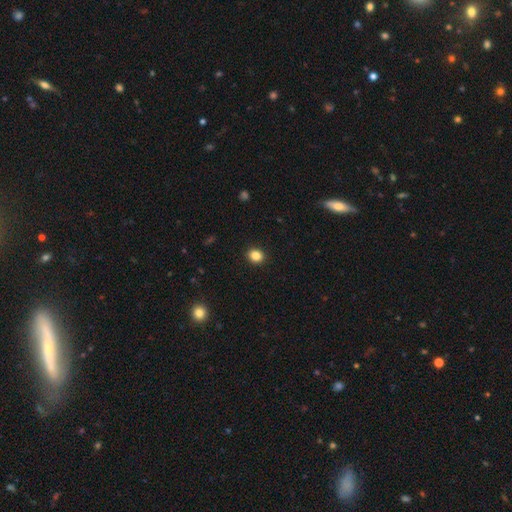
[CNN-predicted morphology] A smooth galaxy with no disk features (85%) that is round (67%). Merging: none (92%).